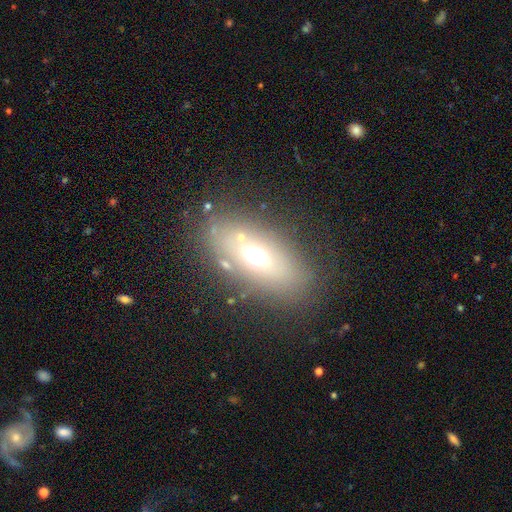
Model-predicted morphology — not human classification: Smooth or featured? smooth (56%)
How rounded? in between (77%)
Merging? none (77%)